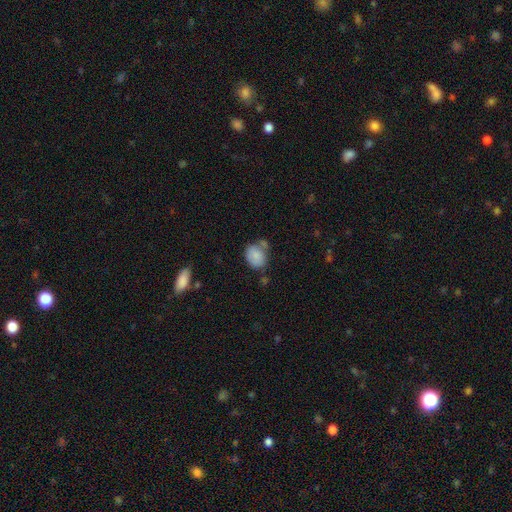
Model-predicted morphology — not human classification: type=smooth (81%); roundness=in between (57%); merging=none (49%).